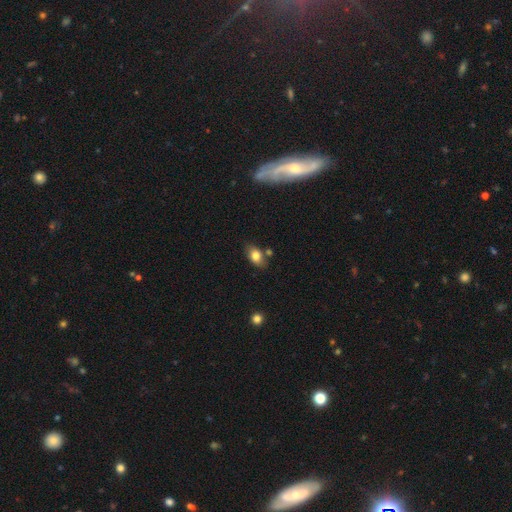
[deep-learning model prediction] A smooth galaxy with no disk features (79%) that is in between round and cigar-shaped (86%).

Vote fractions:
- Smooth or featured? smooth: 79% / featured or disk: 12% / star or artifact: 9%
- How rounded? in between: 86% / round: 12% / cigar-shaped: 2%
- Merging? none: 72% / minor disturbance: 16% / merger: 9% / major disturbance: 3%